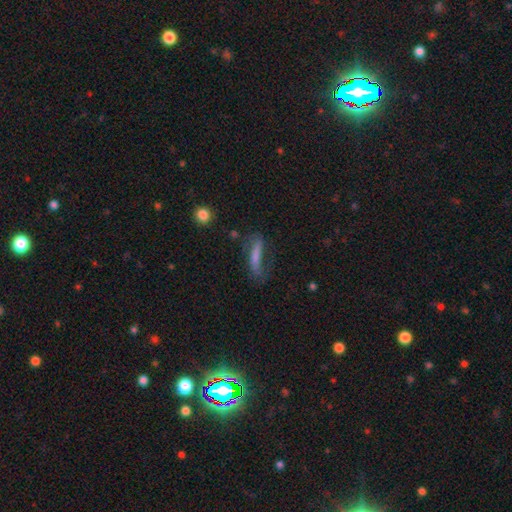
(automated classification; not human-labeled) A smooth galaxy with no disk features (48%). Merging: none (52%).